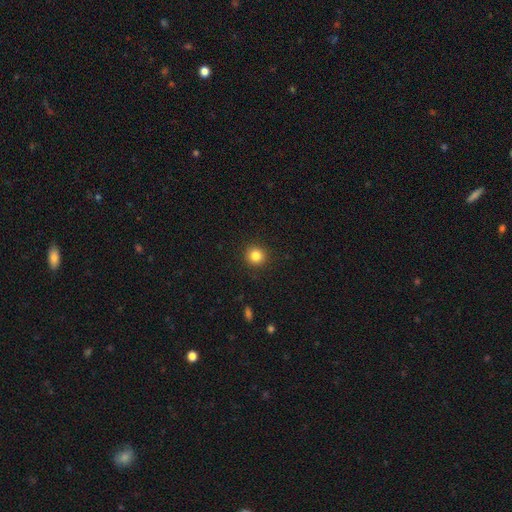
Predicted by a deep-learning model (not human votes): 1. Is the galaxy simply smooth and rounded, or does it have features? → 84% smooth, 11% star or artifact, 5% featured or disk.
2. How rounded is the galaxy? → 93% round, 6% in between, 1% cigar-shaped.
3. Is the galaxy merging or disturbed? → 92% none, 5% minor disturbance, 2% major disturbance, 1% merger.